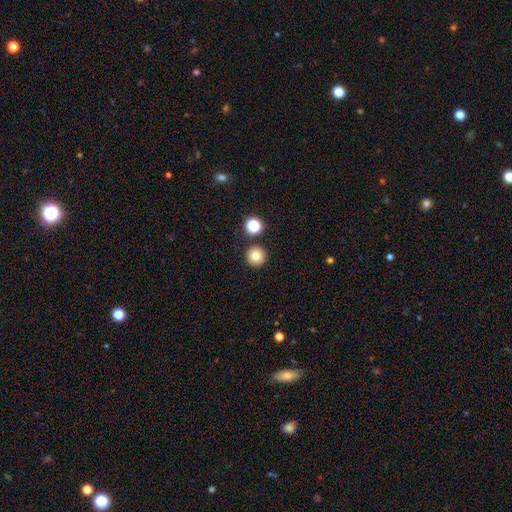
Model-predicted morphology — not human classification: Smooth or featured: smooth — 79% (star or artifact — 13%)
How rounded: round — 96% (in between — 3%)
Merging: none — 89% (minor disturbance — 5%)